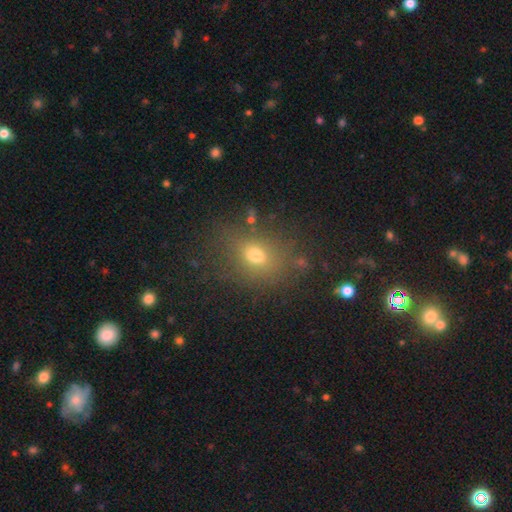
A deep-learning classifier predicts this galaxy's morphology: smooth_or_featured: smooth (p=0.69) [alt: star or artifact p=0.19]
how_rounded: in between (p=0.51) [alt: round p=0.47]
merging: none (p=0.78) [alt: minor disturbance p=0.13]